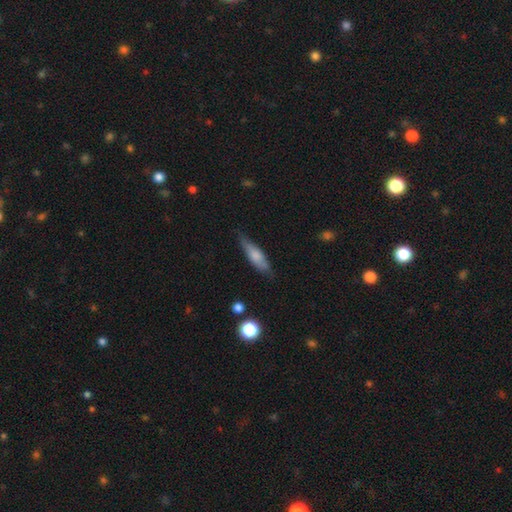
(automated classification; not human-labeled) This is likely a smooth galaxy (68%). How rounded: possibly cigar-shaped (55%). Merging: likely none (69%).